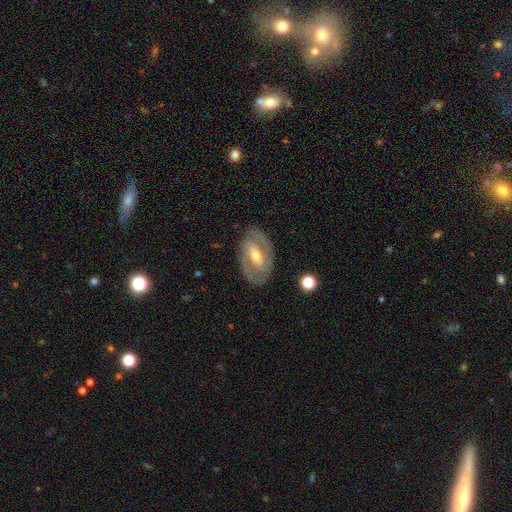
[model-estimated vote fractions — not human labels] Smooth or featured?
  - featured or disk: 78% *
  - smooth: 16%
  - star or artifact: 5%
Edge-on disk?
  - no: 94% *
  - yes: 6%
Bar?
  - strong: 42% *
  - weak: 37%
  - no: 22%
Spiral arms?
  - yes: 72% *
  - no: 28%
Spiral winding?
  - tight: 49% *
  - medium: 39%
  - loose: 12%
Spiral arm count?
  - 2: 80% *
  - can't tell: 13%
  - 1: 3%
  - 3: 2%
  - 4: 1%
  - more than 4: 1%
Bulge size?
  - moderate: 57% *
  - small: 38%
  - large: 3%
  - none: 1%
  - dominant: 1%
Merging?
  - none: 83% *
  - minor disturbance: 11%
  - major disturbance: 4%
  - merger: 1%